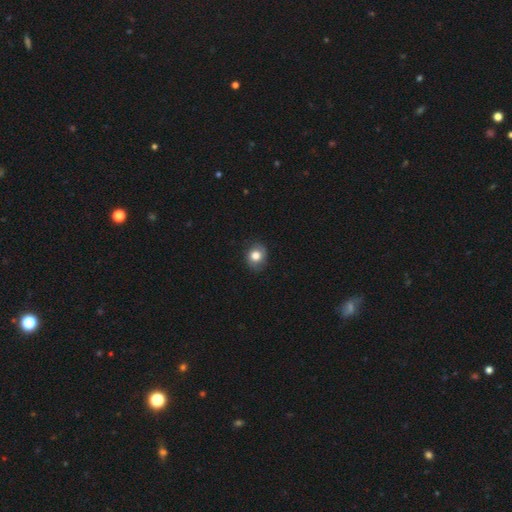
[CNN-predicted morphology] smooth_or_featured: smooth (p=0.78) [alt: featured or disk p=0.13]
how_rounded: round (p=0.62) [alt: in between p=0.38]
merging: none (p=0.82) [alt: minor disturbance p=0.14]